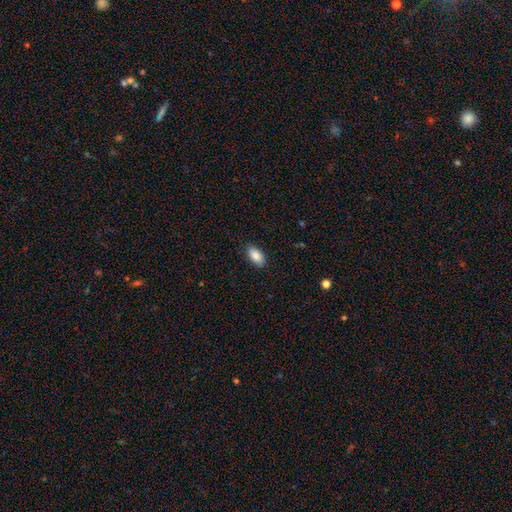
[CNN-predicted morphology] The model was most divided on "merging": none: 87%, minor disturbance: 10%, major disturbance: 2%, merger: 1%. More confident: how rounded — in between (93%); smooth or featured — smooth (87%).